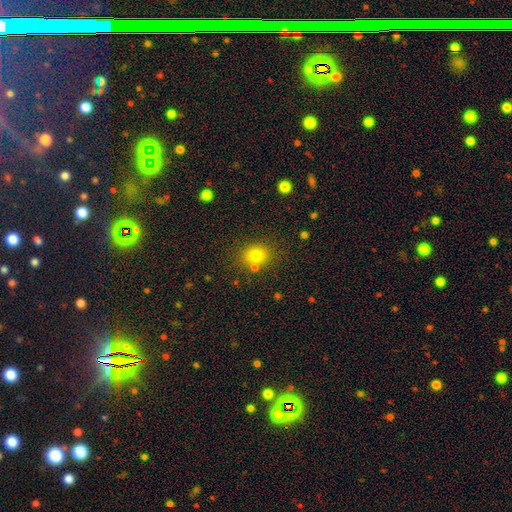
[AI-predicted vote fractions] Morphology: type=smooth (75%); roundness=round (67%); merging=none (73%).